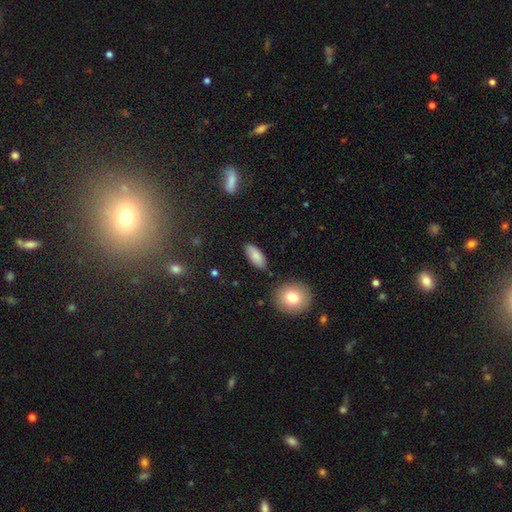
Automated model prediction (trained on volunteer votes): smooth_or_featured: smooth (p=0.84) [alt: featured or disk p=0.09]
how_rounded: in between (p=0.83) [alt: cigar-shaped p=0.14]
merging: none (p=0.84) [alt: minor disturbance p=0.11]